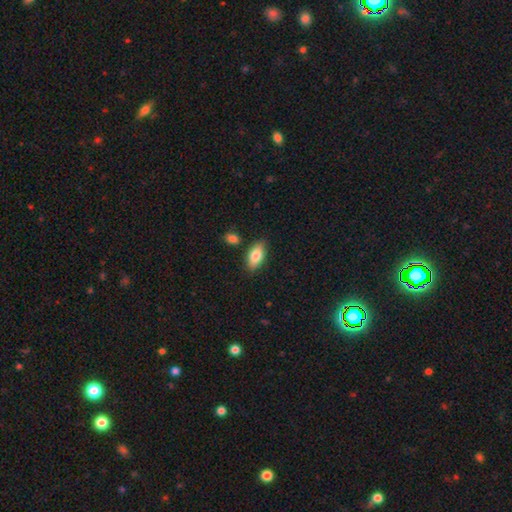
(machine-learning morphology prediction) A smooth galaxy with no disk features (80%) that is in between round and cigar-shaped (87%).

Vote fractions:
- Smooth or featured? smooth: 80% / featured or disk: 13% / star or artifact: 7%
- How rounded? in between: 87% / cigar-shaped: 9% / round: 4%
- Merging? none: 81% / minor disturbance: 12% / merger: 4% / major disturbance: 2%